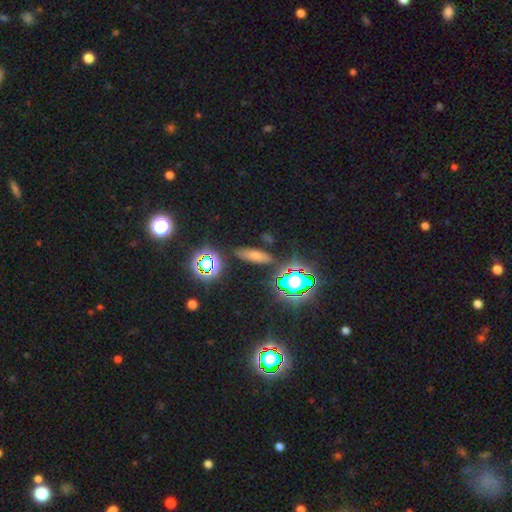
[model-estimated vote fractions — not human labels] A smooth galaxy with no disk features (55%) that is cigar-shaped (49%).

Vote fractions:
- Smooth or featured? smooth: 55% / star or artifact: 30% / featured or disk: 14%
- How rounded? cigar-shaped: 49% / in between: 44% / round: 7%
- Merging? none: 85% / minor disturbance: 9% / merger: 3% / major disturbance: 3%